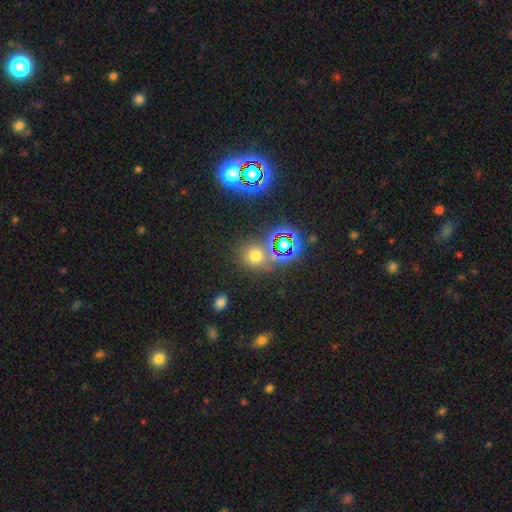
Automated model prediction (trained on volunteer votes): This is possibly a smooth galaxy (56%). How rounded: clearly round (82%). Merging: likely none (72%).